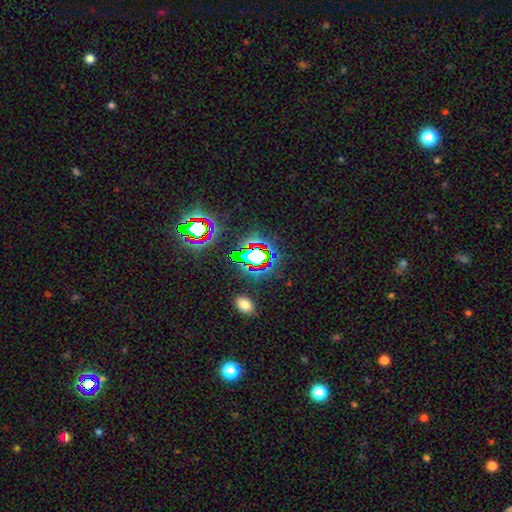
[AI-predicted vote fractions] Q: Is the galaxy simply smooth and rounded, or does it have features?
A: star or artifact — 63%.